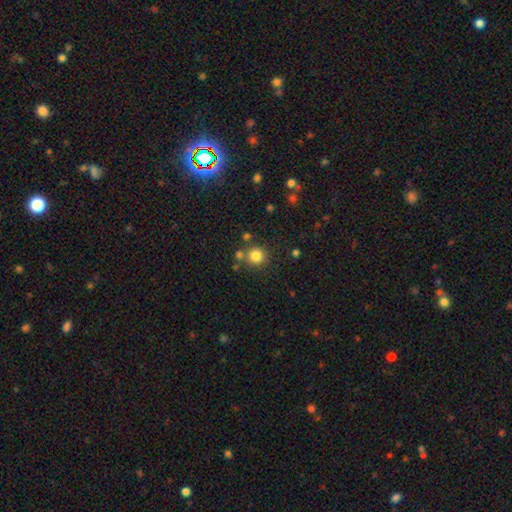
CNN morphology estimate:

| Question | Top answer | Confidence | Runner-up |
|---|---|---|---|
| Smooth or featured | smooth | 82% | star or artifact (12%) |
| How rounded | round | 92% | in between (7%) |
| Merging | none | 76% | merger (12%) |